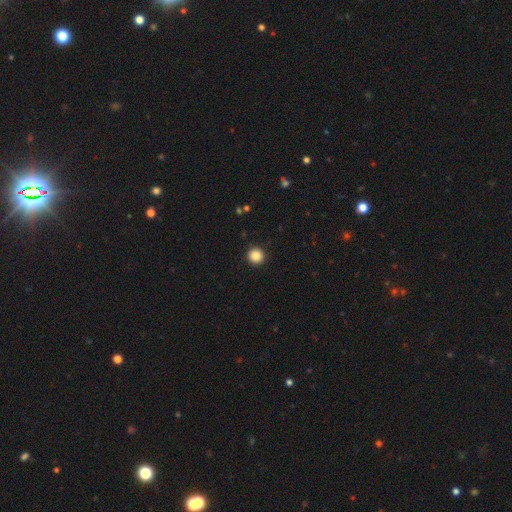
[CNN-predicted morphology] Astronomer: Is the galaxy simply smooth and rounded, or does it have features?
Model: smooth — 87%.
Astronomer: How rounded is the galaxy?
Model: round — 96%.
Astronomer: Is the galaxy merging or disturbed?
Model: none — 93%.